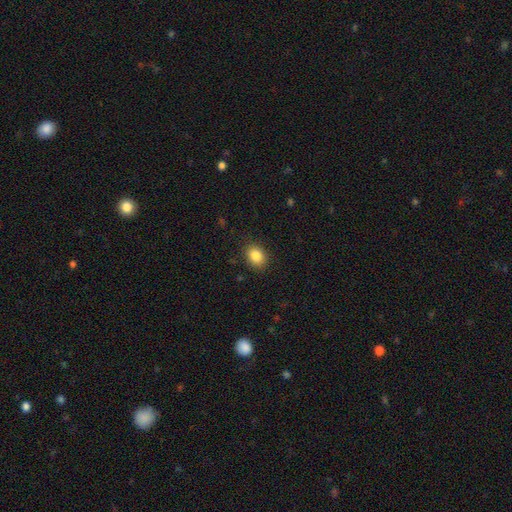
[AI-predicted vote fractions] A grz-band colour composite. It shows a smooth galaxy with no disk features (85%) that is in between round and cigar-shaped (59%). Merging: none (87%).